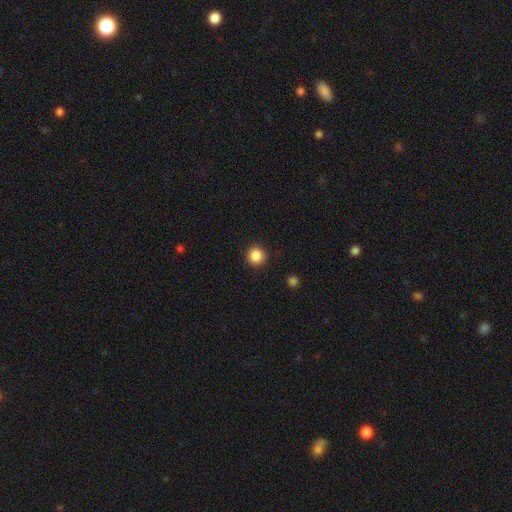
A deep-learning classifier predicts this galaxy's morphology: Smooth or featured? smooth (86%)
How rounded? round (95%)
Merging? none (92%)